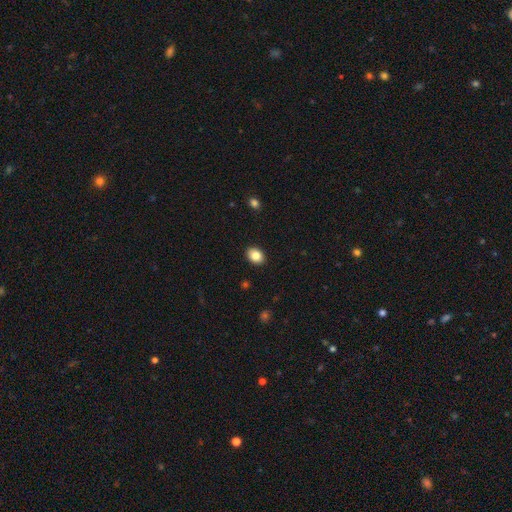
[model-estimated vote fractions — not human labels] A smooth galaxy with no disk features (85%) that is in between round and cigar-shaped (67%). Merging: none (90%).